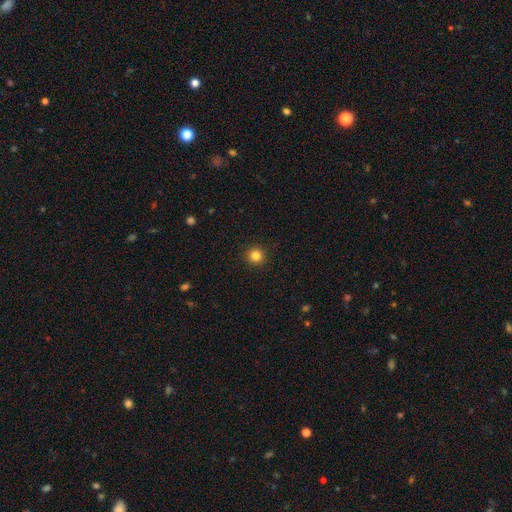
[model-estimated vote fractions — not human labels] The model was most divided on "smooth or featured": smooth: 83%, star or artifact: 12%, featured or disk: 5%. More confident: how rounded — round (96%); merging — none (93%).